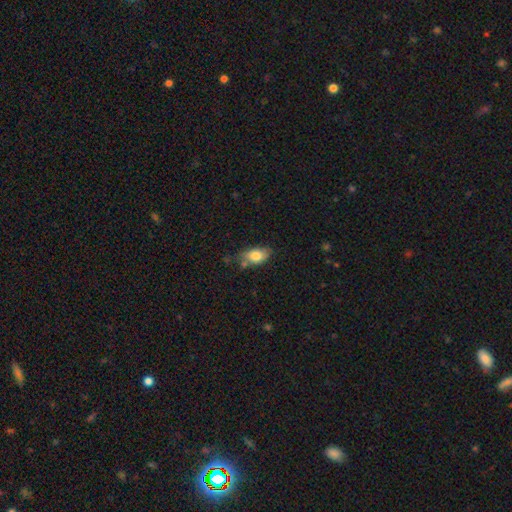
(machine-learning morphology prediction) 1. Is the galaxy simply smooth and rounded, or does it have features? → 79% smooth, 14% featured or disk, 8% star or artifact.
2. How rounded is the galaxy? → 88% in between, 9% round, 4% cigar-shaped.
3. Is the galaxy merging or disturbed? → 55% none, 29% minor disturbance, 9% merger, 7% major disturbance.